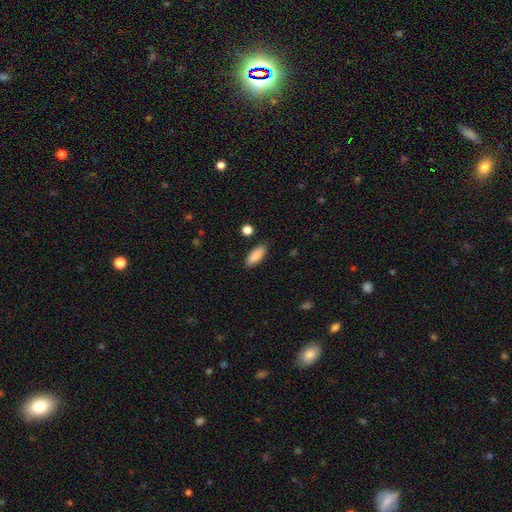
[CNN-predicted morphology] smooth 88%, star or artifact 7%, featured or disk 5%. Down the decision tree: how rounded — in between (75%); merging — none (85%).